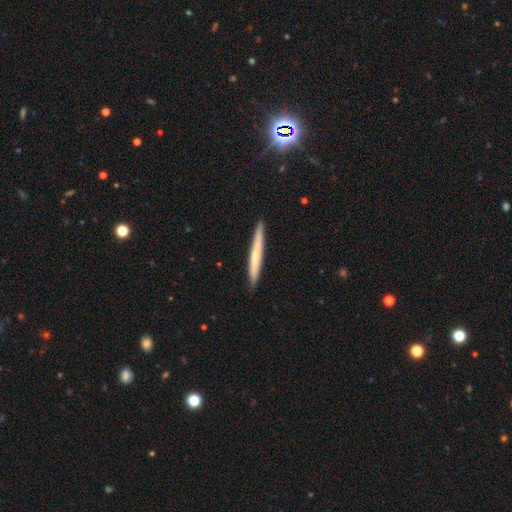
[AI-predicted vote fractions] smooth-or-featured: smooth: 59% | featured or disk: 36% | star or artifact: 5%
  how-rounded: cigar-shaped: 97% | in between: 2% | round: 1%
  merging: none: 91% | minor disturbance: 6% | major disturbance: 1% | merger: 1%